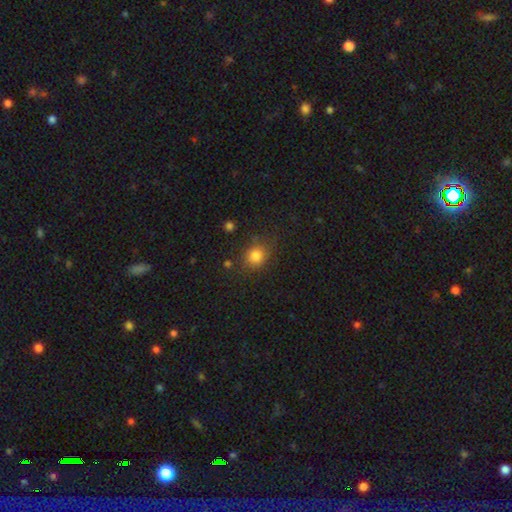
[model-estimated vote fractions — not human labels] Overall: smooth (81%). How rounded: round (71%). Merging: none (75%).